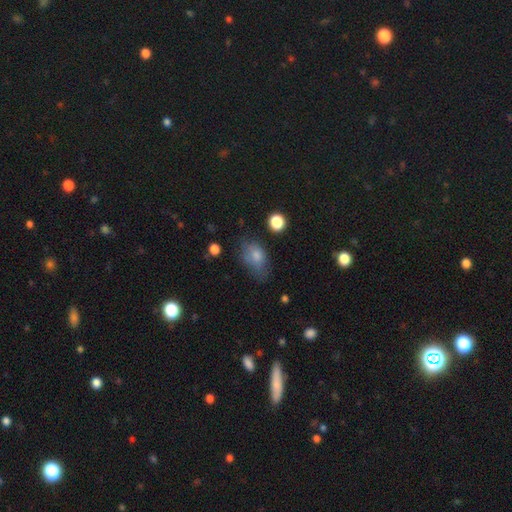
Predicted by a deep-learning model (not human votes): smooth 76%, featured or disk 14%, star or artifact 10%. Down the decision tree: how rounded — in between (83%); merging — none (43%).